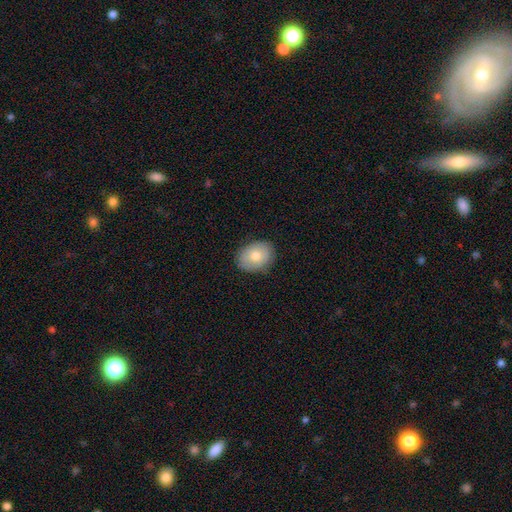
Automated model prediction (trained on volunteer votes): Smooth or featured? Predicted: smooth (p=0.71). How rounded? Predicted: in between (p=0.67). Merging? Predicted: none (p=0.85).